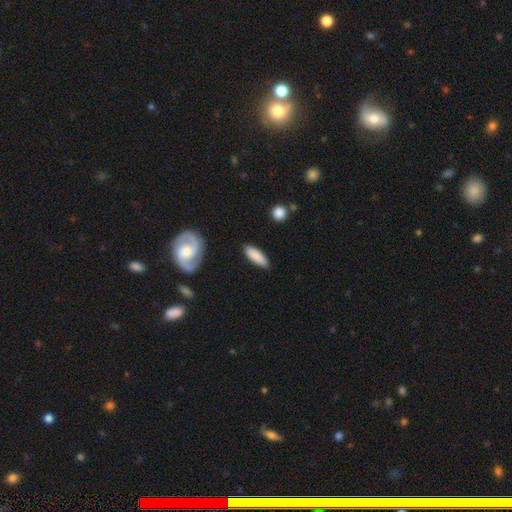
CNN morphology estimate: Smooth or featured? Predicted: smooth (p=0.82). How rounded? Predicted: in between (p=0.61). Merging? Predicted: none (p=0.83).